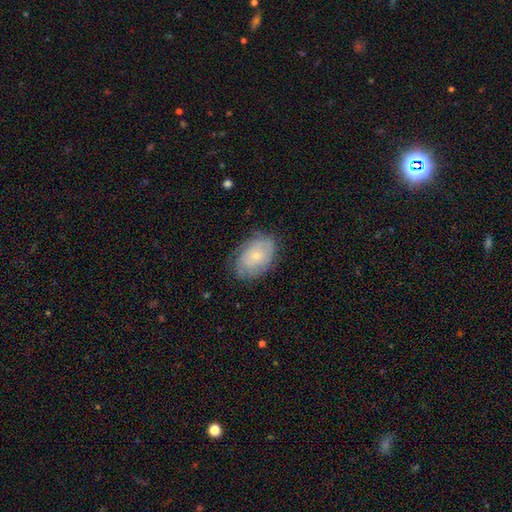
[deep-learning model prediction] Smooth or featured? smooth (48%)
Merging? none (73%)